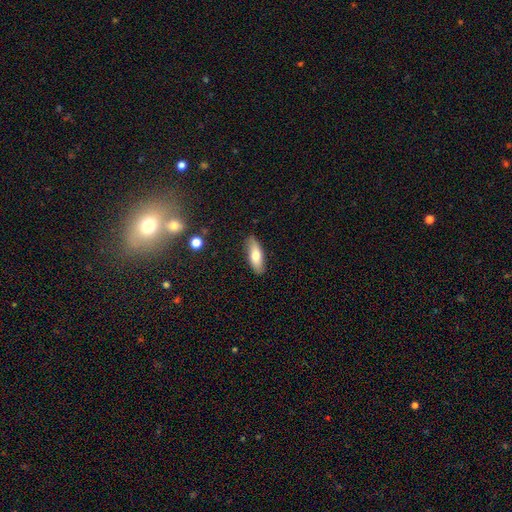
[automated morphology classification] type=smooth (70%); roundness=in between (63%); merging=none (87%).